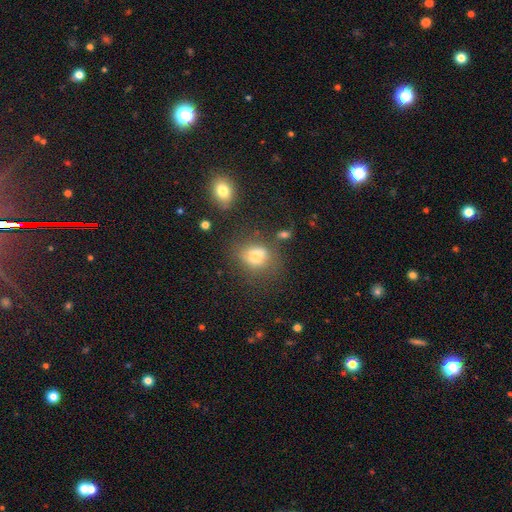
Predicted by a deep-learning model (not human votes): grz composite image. It shows a smooth galaxy with no disk features (69%) that is in between round and cigar-shaped (52%). Merging: none (50%).